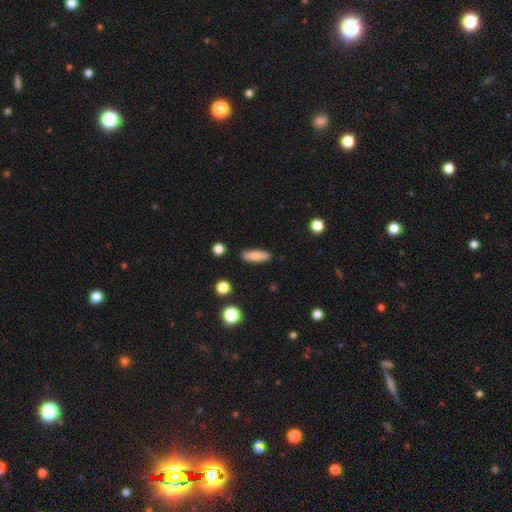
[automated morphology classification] Smooth or featured: smooth — 83% (featured or disk — 10%)
How rounded: cigar-shaped — 51% (in between — 46%)
Merging: none — 87% (minor disturbance — 9%)